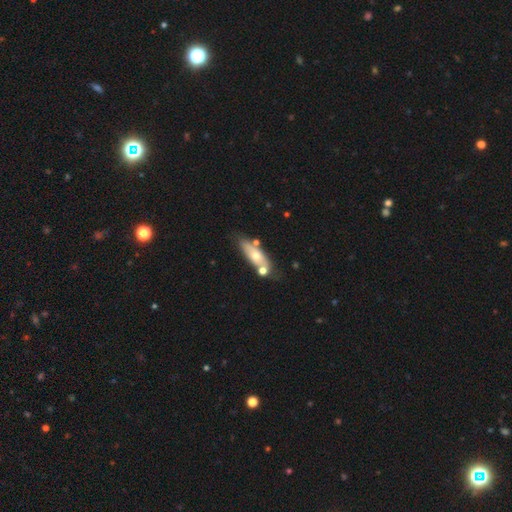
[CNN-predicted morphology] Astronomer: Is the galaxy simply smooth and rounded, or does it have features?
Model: smooth — 52% (runner-up: featured or disk, 41%).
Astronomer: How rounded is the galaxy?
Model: in between — 54% (runner-up: cigar-shaped, 43%).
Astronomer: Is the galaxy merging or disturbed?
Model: none — 61%.